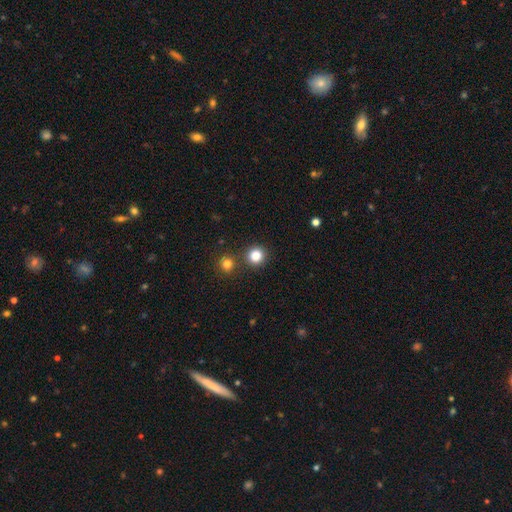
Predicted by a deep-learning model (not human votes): smooth 84%, star or artifact 12%, featured or disk 4%. Down the decision tree: how rounded — round (91%); merging — none (83%).